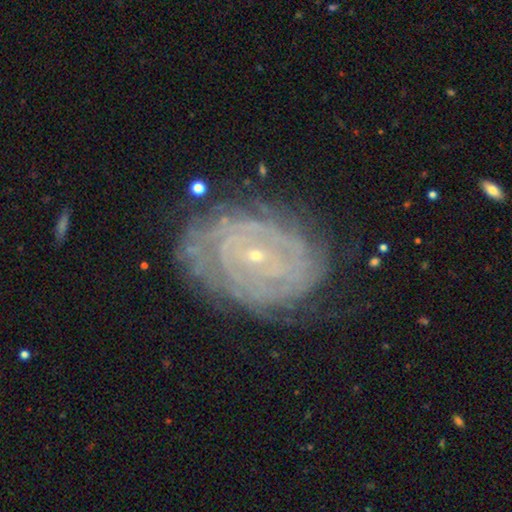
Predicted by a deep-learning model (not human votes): Smooth or featured? Predicted: featured or disk (p=0.82). Edge-on disk? Predicted: no (p=0.96). Bar? Predicted: no (p=0.65). Spiral arms? Predicted: yes (p=0.92). Spiral winding? Predicted: tight (p=0.83). Spiral arm count? Predicted: can't tell (p=0.44). Bulge size? Predicted: small (p=0.86). Merging? Predicted: none (p=0.75).